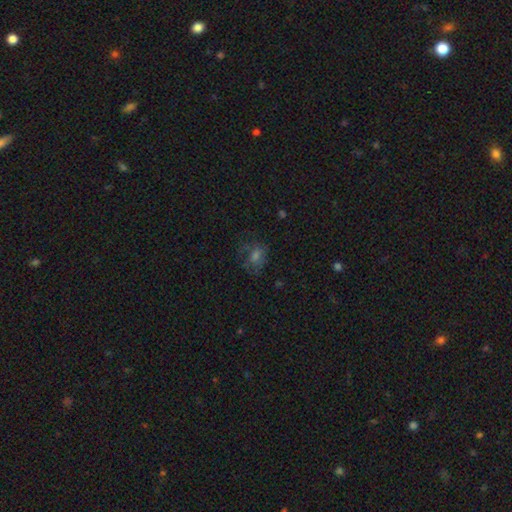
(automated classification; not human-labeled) Smooth or featured? smooth (44%)
Merging? none (59%)